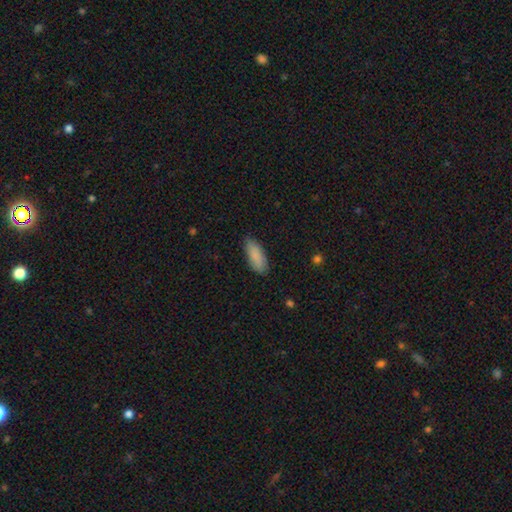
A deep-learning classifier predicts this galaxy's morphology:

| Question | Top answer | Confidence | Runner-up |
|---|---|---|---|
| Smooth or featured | smooth | 88% | star or artifact (6%) |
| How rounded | in between | 76% | cigar-shaped (22%) |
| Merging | none | 84% | minor disturbance (13%) |